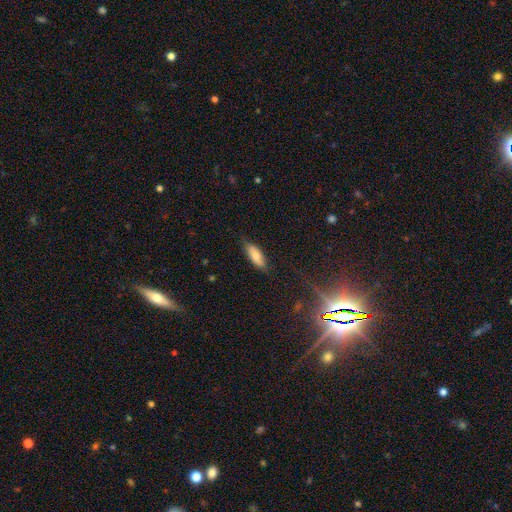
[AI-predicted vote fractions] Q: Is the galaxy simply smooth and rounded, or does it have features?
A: smooth — 72%.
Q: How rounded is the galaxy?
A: in between — 69%.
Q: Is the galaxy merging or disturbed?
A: none — 79%.